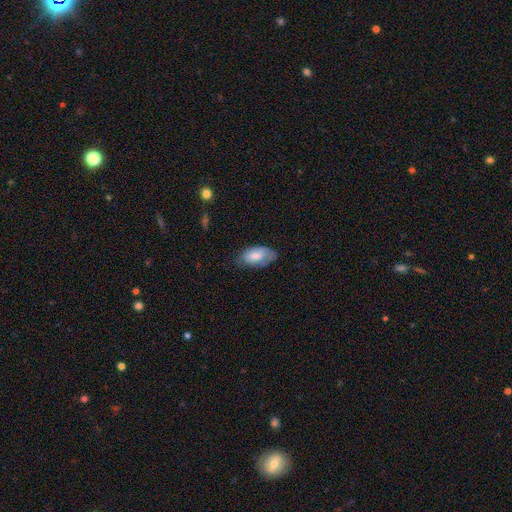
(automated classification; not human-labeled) smooth_or_featured: smooth (p=0.72) [alt: featured or disk p=0.21]
how_rounded: in between (p=0.94) [alt: round p=0.03]
merging: none (p=0.57) [alt: minor disturbance p=0.32]